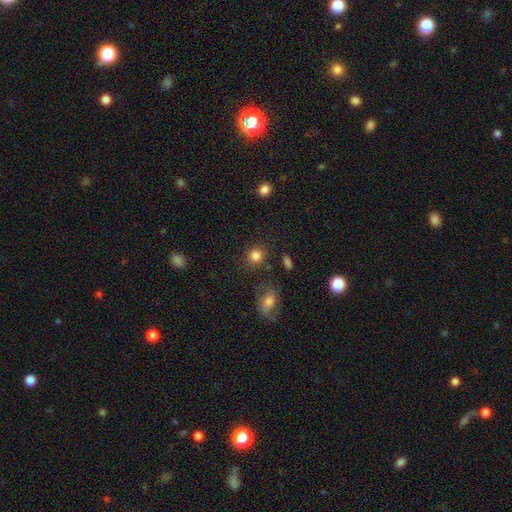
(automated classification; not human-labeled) Smooth or featured: smooth — 83% (star or artifact — 11%)
How rounded: round — 86% (in between — 13%)
Merging: none — 82% (minor disturbance — 9%)